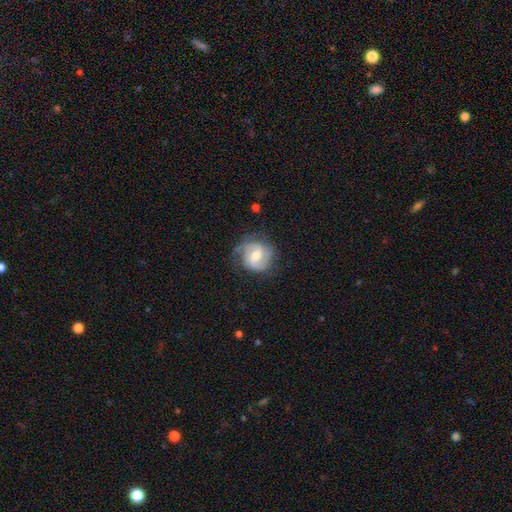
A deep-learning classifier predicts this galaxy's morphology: Q: Smooth or featured?
A: featured or disk (71%); runner-up: smooth (23%)
Q: Edge-on disk?
A: no (98%); runner-up: yes (2%)
Q: Bar?
A: weak (53%); runner-up: no (28%)
Q: Spiral arms?
A: yes (91%); runner-up: no (9%)
Q: Spiral winding?
A: medium (44%); runner-up: tight (38%)
Q: Spiral arm count?
A: 2 (75%); runner-up: can't tell (12%)
Q: Bulge size?
A: moderate (66%); runner-up: small (22%)
Q: Merging?
A: none (65%); runner-up: minor disturbance (23%)